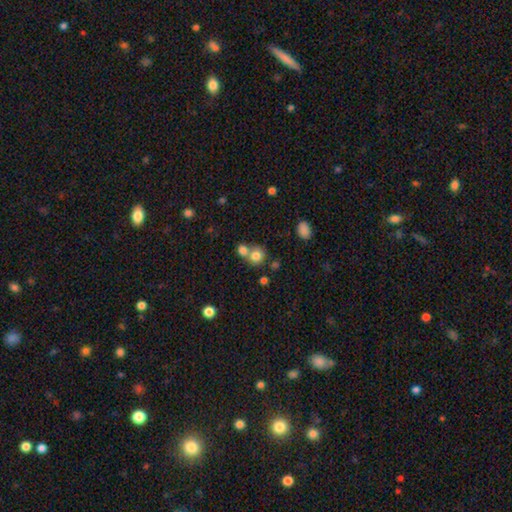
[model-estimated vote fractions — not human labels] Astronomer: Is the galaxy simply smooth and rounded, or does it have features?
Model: smooth — 79%.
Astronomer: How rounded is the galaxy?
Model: round — 80%.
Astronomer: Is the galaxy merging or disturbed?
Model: merger — 50% (runner-up: none, 41%).